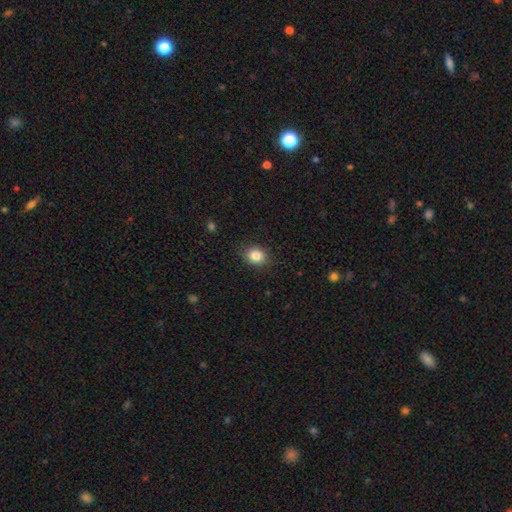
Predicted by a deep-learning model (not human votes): This appears to be a smooth galaxy with no disk features (85%) that is round (63%). Merging: none (87%).